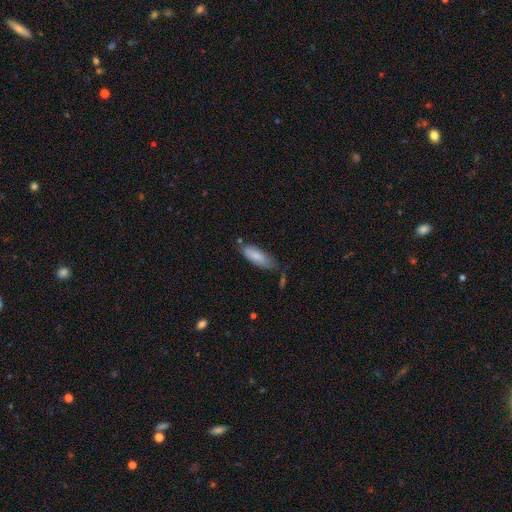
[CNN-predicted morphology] Smooth or featured: smooth — 83% (featured or disk — 11%)
How rounded: in between — 67% (cigar-shaped — 32%)
Merging: none — 60% (minor disturbance — 27%)